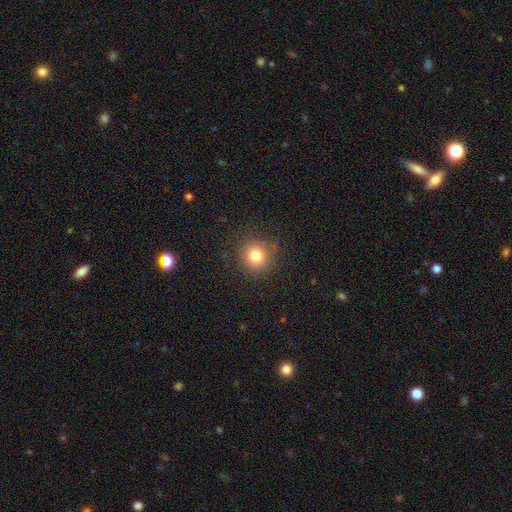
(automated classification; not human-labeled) Q: Smooth or featured?
A: smooth (80%); runner-up: star or artifact (13%)
Q: How rounded?
A: round (92%); runner-up: in between (7%)
Q: Merging?
A: none (87%); runner-up: minor disturbance (9%)